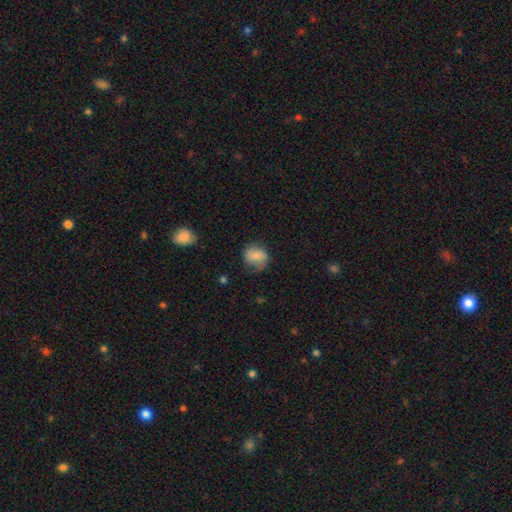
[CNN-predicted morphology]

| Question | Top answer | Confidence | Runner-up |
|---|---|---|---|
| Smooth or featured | smooth | 62% | featured or disk (30%) |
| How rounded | round | 69% | in between (30%) |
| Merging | none | 61% | minor disturbance (26%) |